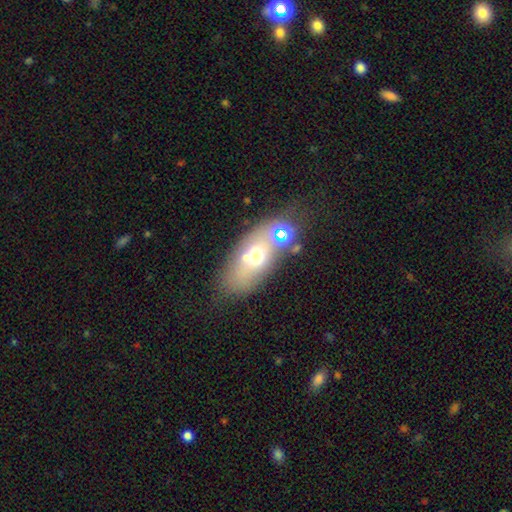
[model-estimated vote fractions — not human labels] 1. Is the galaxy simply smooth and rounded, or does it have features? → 54% smooth, 30% featured or disk, 15% star or artifact.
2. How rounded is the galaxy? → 81% in between, 13% round, 6% cigar-shaped.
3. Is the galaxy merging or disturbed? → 59% none, 17% merger, 15% minor disturbance, 9% major disturbance.